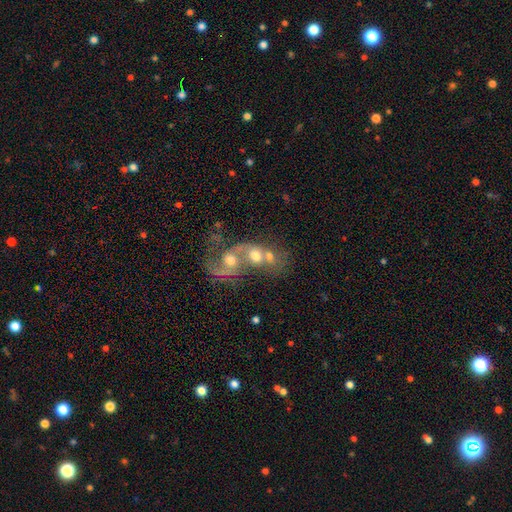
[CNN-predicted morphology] This is possibly a featured or disk galaxy (48%). Merging: likely merger (77%).